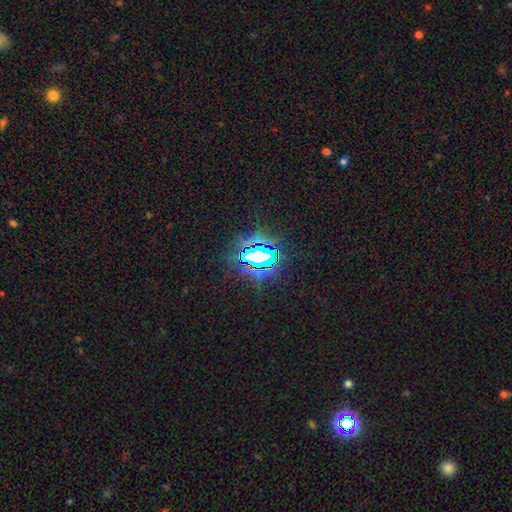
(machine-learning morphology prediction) This appears to be a star or artifact, not a galaxy (81%).